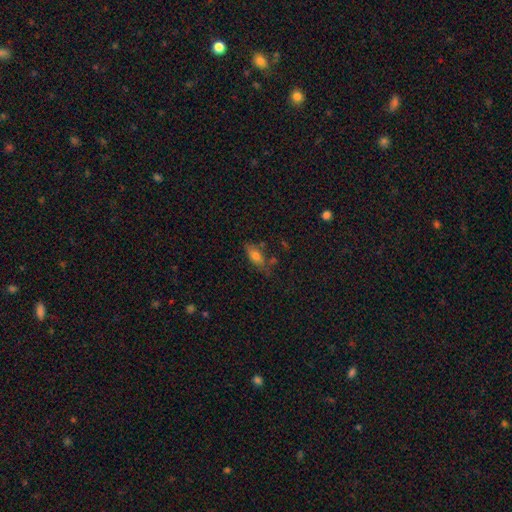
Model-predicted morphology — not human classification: Smooth or featured? Predicted: smooth (p=0.71). How rounded? Predicted: in between (p=0.81). Merging? Predicted: none (p=0.55).